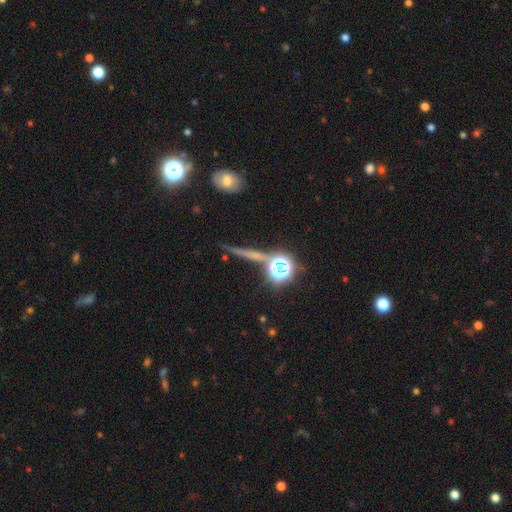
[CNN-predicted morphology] Smooth or featured? Predicted: star or artifact (p=0.40).